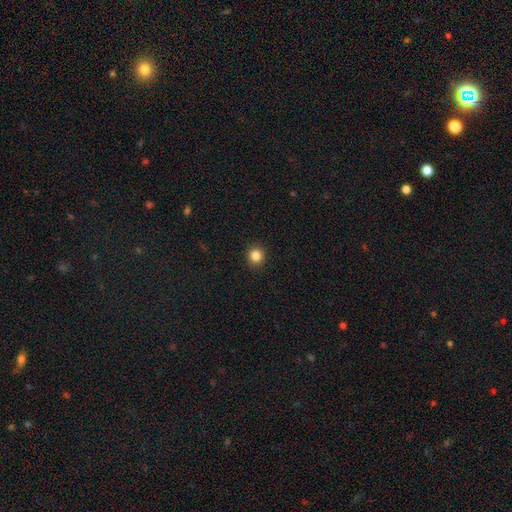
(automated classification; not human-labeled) Morphology: type=smooth (85%); roundness=round (88%); merging=none (92%).